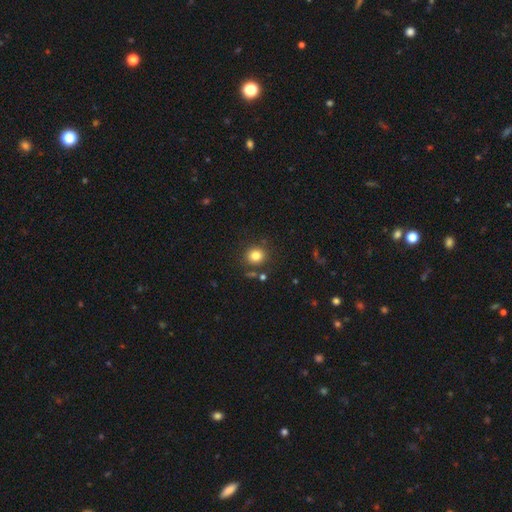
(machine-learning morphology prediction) A smooth galaxy with no disk features (82%) that is round (86%).

Vote fractions:
- Smooth or featured? smooth: 82% / star or artifact: 12% / featured or disk: 6%
- How rounded? round: 86% / in between: 13% / cigar-shaped: 1%
- Merging? none: 83% / minor disturbance: 9% / merger: 5% / major disturbance: 3%